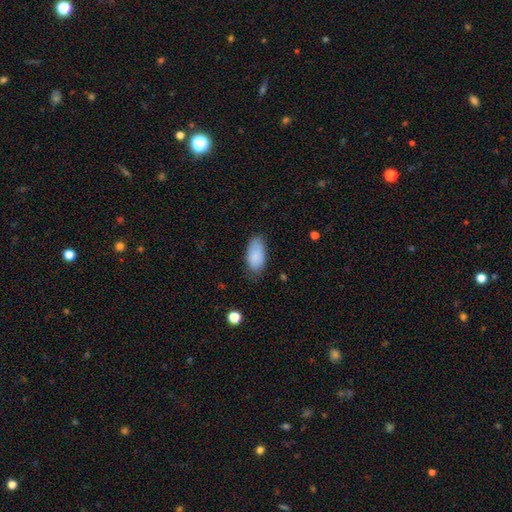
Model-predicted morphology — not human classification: smooth_or_featured: smooth (p=0.88) [alt: star or artifact p=0.06]
how_rounded: in between (p=0.93) [alt: cigar-shaped p=0.05]
merging: none (p=0.75) [alt: minor disturbance p=0.20]